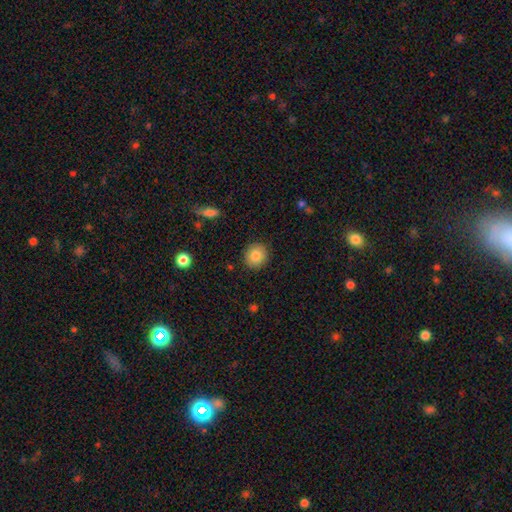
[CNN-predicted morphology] Smooth or featured? Predicted: smooth (p=0.84). How rounded? Predicted: round (p=0.90). Merging? Predicted: none (p=0.90).